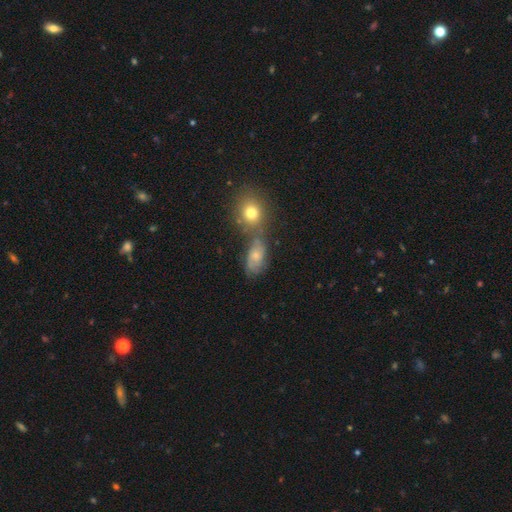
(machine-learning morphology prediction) Smooth or featured? smooth (53%)
How rounded? in between (77%)
Merging? none (42%)